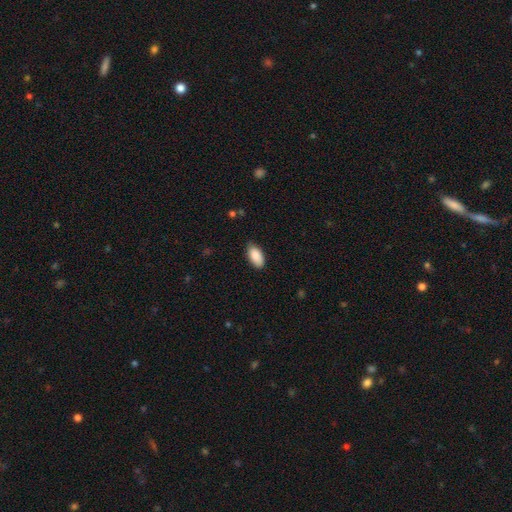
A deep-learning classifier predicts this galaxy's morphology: Smooth or featured? smooth (88%)
How rounded? in between (95%)
Merging? none (81%)